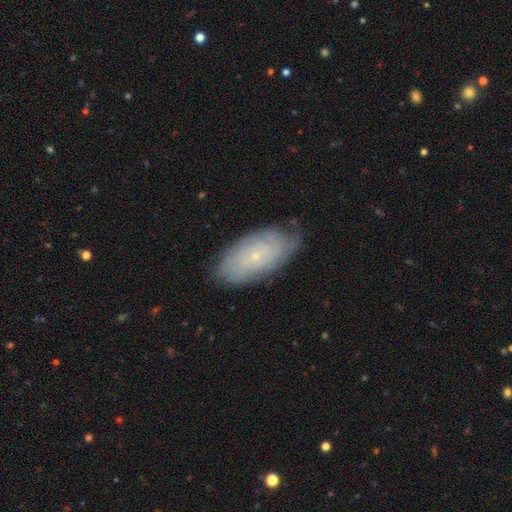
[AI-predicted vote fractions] A featured or disk galaxy (65%) with no bar (82%), tight (77%) spiral arms (87%) and a small central bulge (86%).

Vote fractions:
- Smooth or featured? featured or disk: 65% / smooth: 27% / star or artifact: 8%
- Edge-on disk? no: 93% / yes: 7%
- Bar? no: 82% / weak: 15% / strong: 3%
- Spiral arms? yes: 87% / no: 13%
- Spiral winding? tight: 77% / medium: 18% / loose: 5%
- Spiral arm count? can't tell: 59% / 2: 12% / 4: 10% / 3: 8% / more than 4: 6% / 1: 4%
- Bulge size? small: 86% / moderate: 10% / none: 2% / large: 1% / dominant: 1%
- Merging? none: 76% / minor disturbance: 18% / major disturbance: 4% / merger: 1%